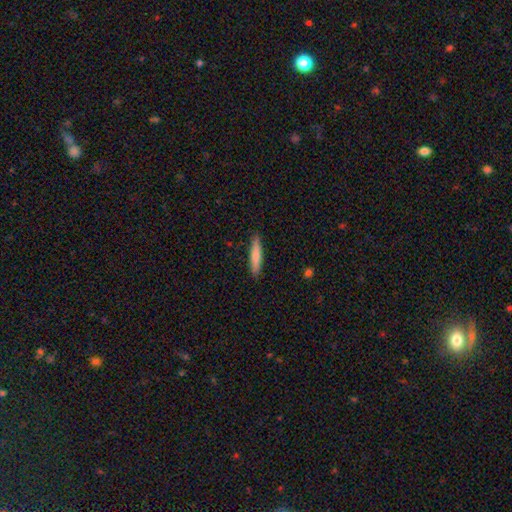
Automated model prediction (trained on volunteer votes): Morphology: type=smooth (78%); roundness=cigar-shaped (87%); merging=none (90%).